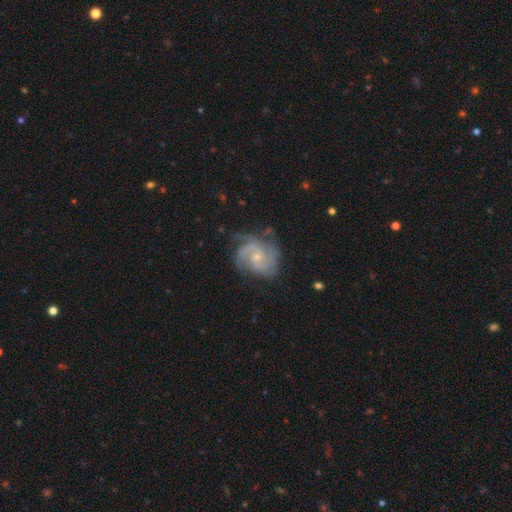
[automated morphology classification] A featured or disk galaxy (87%) with no bar (66%), 3 (34%) medium (44%) spiral arms (97%) and a small central bulge (70%). Merging: none (65%).